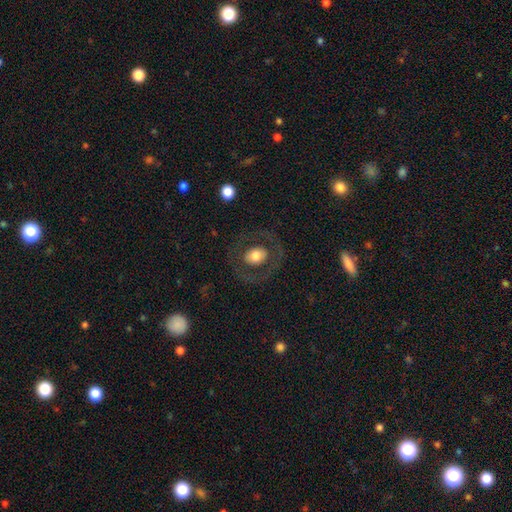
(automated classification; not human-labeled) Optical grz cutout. It shows a smooth galaxy with no disk features (54%) that is round (58%). Merging: none (80%).